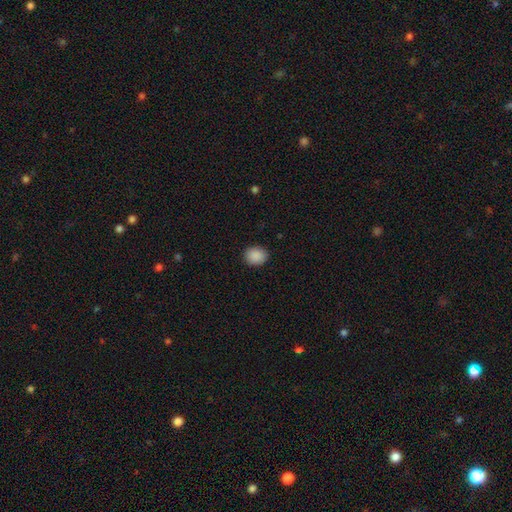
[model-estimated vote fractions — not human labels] Smooth or featured? Predicted: smooth (p=0.89). How rounded? Predicted: round (p=0.63). Merging? Predicted: none (p=0.89).